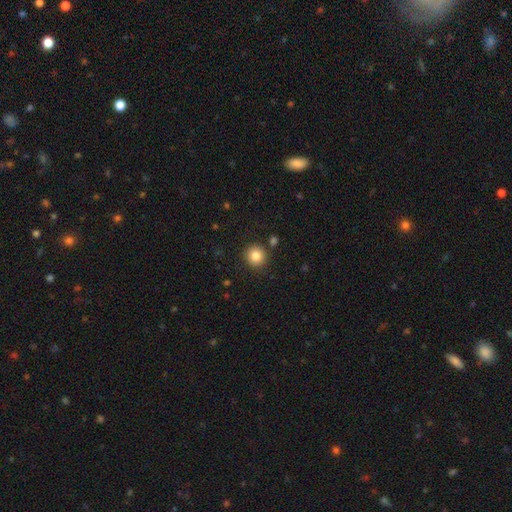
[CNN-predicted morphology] This appears to be a smooth galaxy with no disk features (85%) that is round (93%). Merging: none (88%).